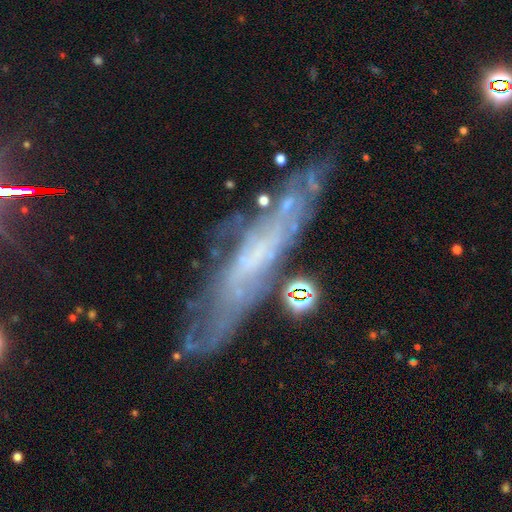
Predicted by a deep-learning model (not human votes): Smooth or featured?
  - featured or disk: 70% *
  - smooth: 20%
  - star or artifact: 10%
Edge-on disk?
  - no: 60% *
  - yes: 40%
Merging?
  - none: 60% *
  - minor disturbance: 22%
  - major disturbance: 13%
  - merger: 5%